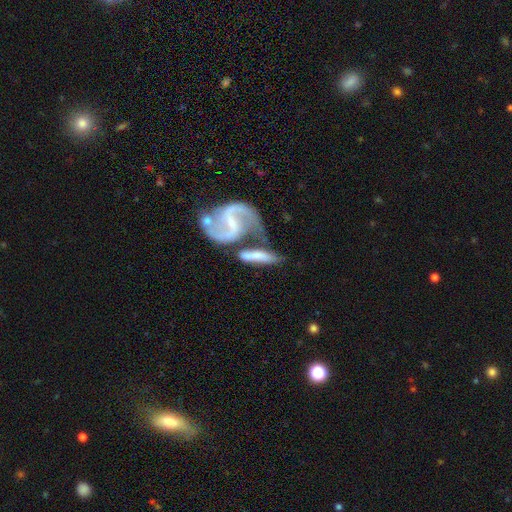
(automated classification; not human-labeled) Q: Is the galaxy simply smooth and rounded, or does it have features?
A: featured or disk — 63%.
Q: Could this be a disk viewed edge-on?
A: no — 85%.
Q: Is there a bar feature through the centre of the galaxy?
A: weak — 41%.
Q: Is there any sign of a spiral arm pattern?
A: yes — 83%.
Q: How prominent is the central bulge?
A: small — 59%.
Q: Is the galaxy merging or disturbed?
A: merger — 43%.